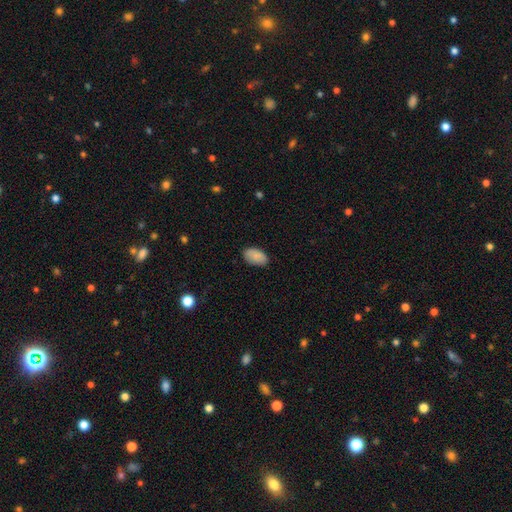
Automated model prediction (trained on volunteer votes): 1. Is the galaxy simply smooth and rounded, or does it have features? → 87% smooth, 7% star or artifact, 6% featured or disk.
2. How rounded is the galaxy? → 93% in between, 5% round, 1% cigar-shaped.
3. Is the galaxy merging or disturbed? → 83% none, 13% minor disturbance, 3% major disturbance, 1% merger.